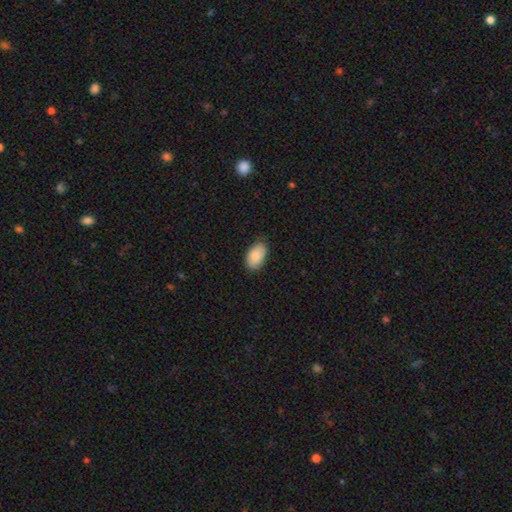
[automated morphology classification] A smooth galaxy with no disk features (86%) that is in between round and cigar-shaped (94%).

Vote fractions:
- Smooth or featured? smooth: 86% / featured or disk: 8% / star or artifact: 6%
- How rounded? in between: 94% / round: 5% / cigar-shaped: 1%
- Merging? none: 78% / minor disturbance: 18% / major disturbance: 3% / merger: 1%